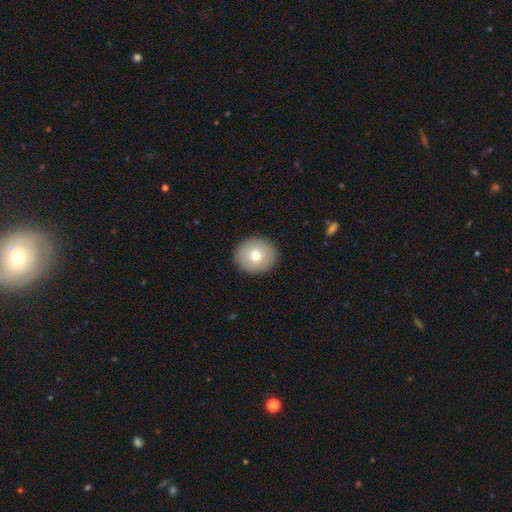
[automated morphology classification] Smooth or featured? smooth (73%)
How rounded? round (88%)
Merging? none (91%)